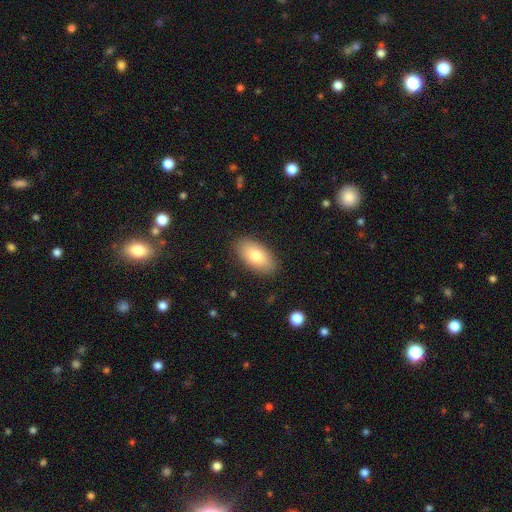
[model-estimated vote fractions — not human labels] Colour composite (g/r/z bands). It shows a smooth galaxy with no disk features (79%) that is in between round and cigar-shaped (94%). Merging: none (87%).